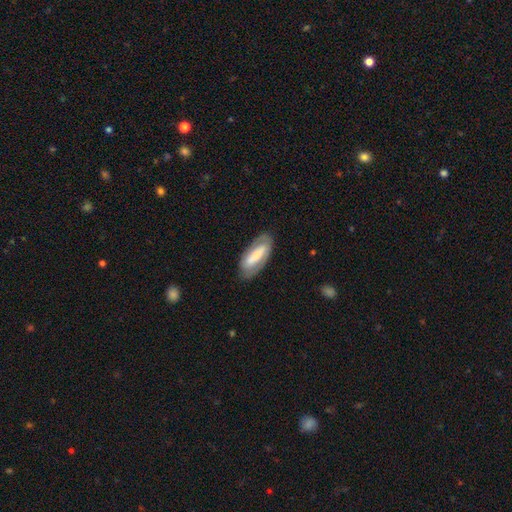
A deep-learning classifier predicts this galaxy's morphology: Q: Smooth or featured?
A: featured or disk (53%); runner-up: smooth (41%)
Q: Edge-on disk?
A: no (86%); runner-up: yes (14%)
Q: Merging?
A: none (79%); runner-up: minor disturbance (14%)